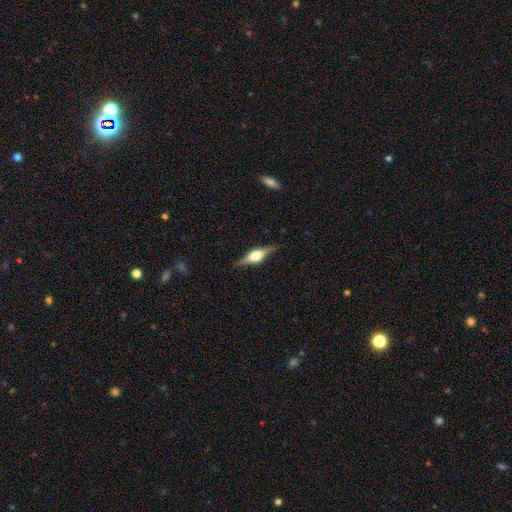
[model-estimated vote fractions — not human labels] Smooth or featured? Predicted: featured or disk (p=0.75). Edge-on disk? Predicted: yes (p=0.97). Edge-on bulge? Predicted: rounded (p=0.89). Merging? Predicted: none (p=0.85).